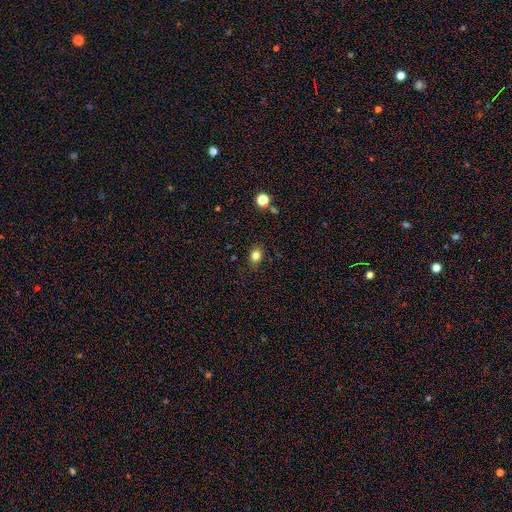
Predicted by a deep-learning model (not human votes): smooth-or-featured: smooth: 81% | star or artifact: 13% | featured or disk: 6%
  how-rounded: in between: 52% | round: 47% | cigar-shaped: 1%
  merging: none: 86% | minor disturbance: 10% | major disturbance: 3% | merger: 1%